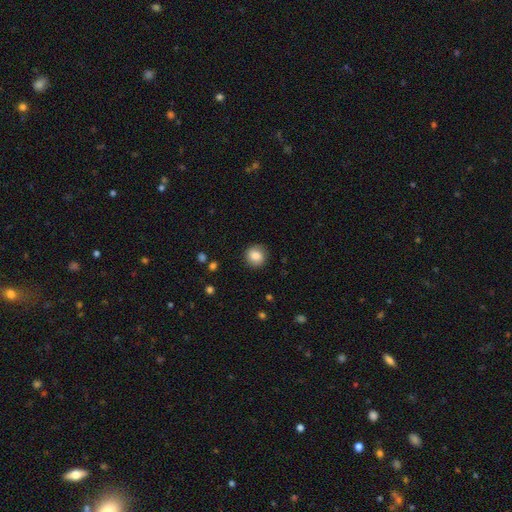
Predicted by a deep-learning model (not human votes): Smooth or featured?
  - smooth: 82% *
  - featured or disk: 9%
  - star or artifact: 9%
How rounded?
  - round: 89% *
  - in between: 10%
  - cigar-shaped: 1%
Merging?
  - none: 87% *
  - minor disturbance: 9%
  - major disturbance: 3%
  - merger: 1%